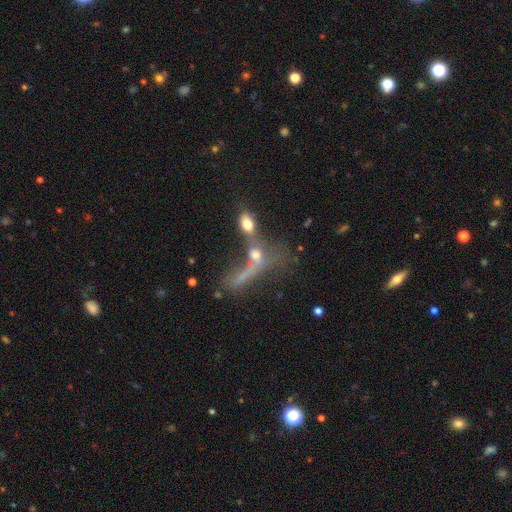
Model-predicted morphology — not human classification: smooth-or-featured: smooth: 48% | featured or disk: 36% | star or artifact: 16%
  merging: merger: 58% | none: 17% | major disturbance: 17% | minor disturbance: 8%